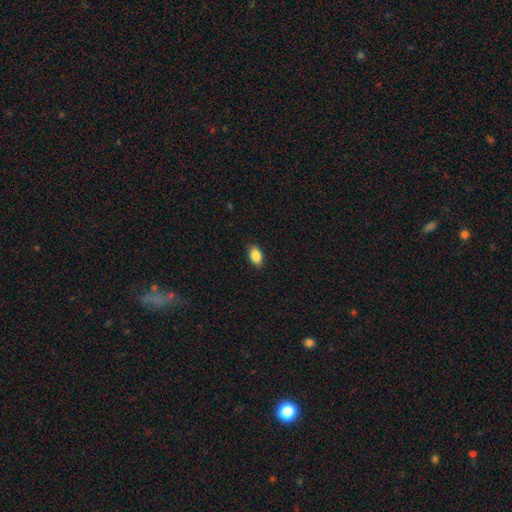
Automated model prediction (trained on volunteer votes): smooth_or_featured: smooth (p=0.88) [alt: star or artifact p=0.07]
how_rounded: in between (p=0.91) [alt: round p=0.07]
merging: none (p=0.87) [alt: minor disturbance p=0.10]